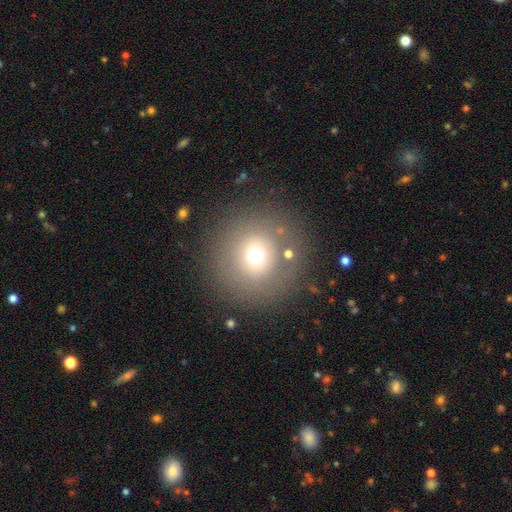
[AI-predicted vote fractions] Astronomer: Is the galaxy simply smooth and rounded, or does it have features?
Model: smooth — 67%.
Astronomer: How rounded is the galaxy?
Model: round — 94%.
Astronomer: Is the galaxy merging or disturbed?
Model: none — 80%.